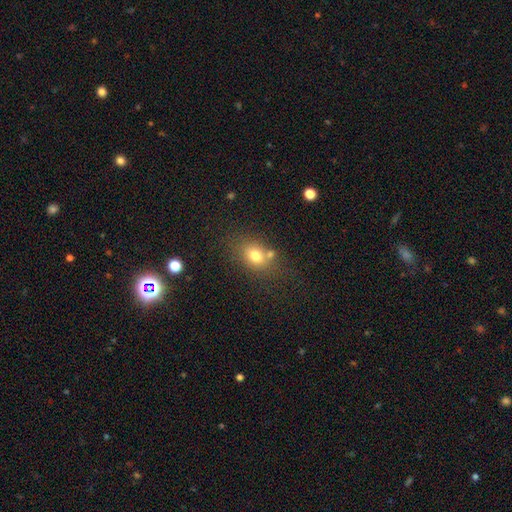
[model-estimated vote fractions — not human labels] The model was most divided on "how rounded": in between: 58%, round: 41%, cigar-shaped: 1%. More confident: smooth or featured — smooth (75%); merging — none (62%).